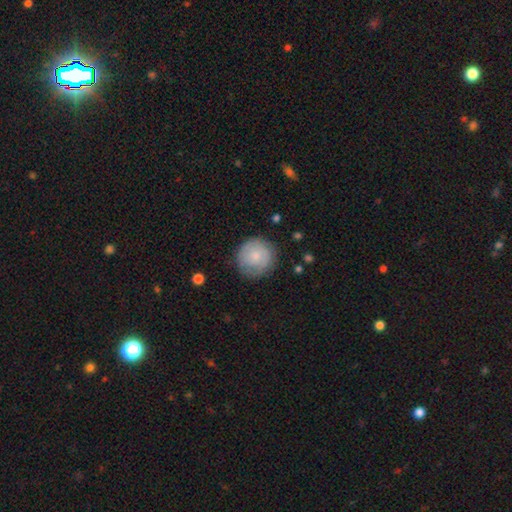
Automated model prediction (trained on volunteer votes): A smooth galaxy with no disk features (72%) that is round (93%). Merging: none (79%).